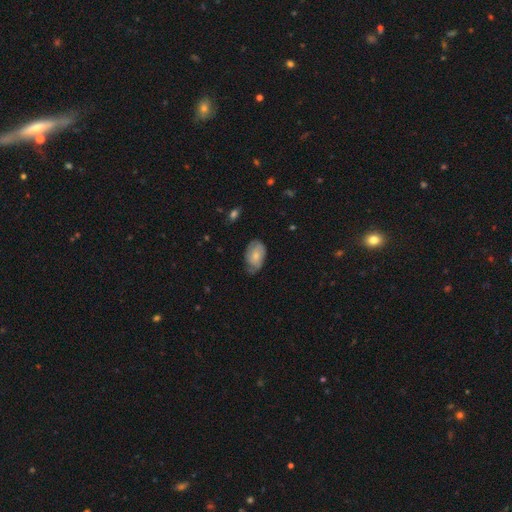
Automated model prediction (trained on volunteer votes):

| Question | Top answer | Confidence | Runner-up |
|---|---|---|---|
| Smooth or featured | smooth | 59% | featured or disk (34%) |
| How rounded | in between | 89% | round (9%) |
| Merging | none | 53% | minor disturbance (35%) |